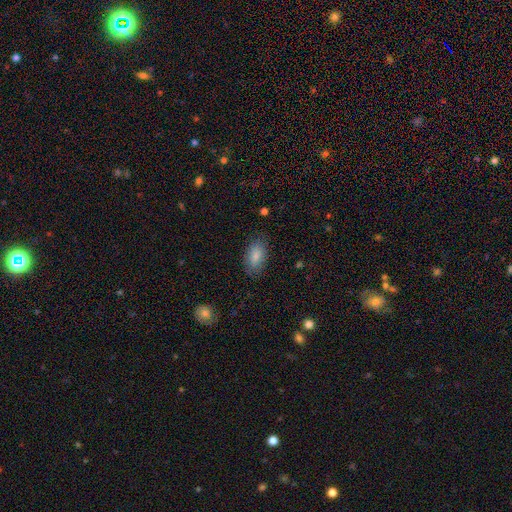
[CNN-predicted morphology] Smooth or featured?
  - smooth: 85% *
  - featured or disk: 8%
  - star or artifact: 7%
How rounded?
  - in between: 92% *
  - cigar-shaped: 4%
  - round: 4%
Merging?
  - none: 82% *
  - minor disturbance: 13%
  - major disturbance: 3%
  - merger: 1%